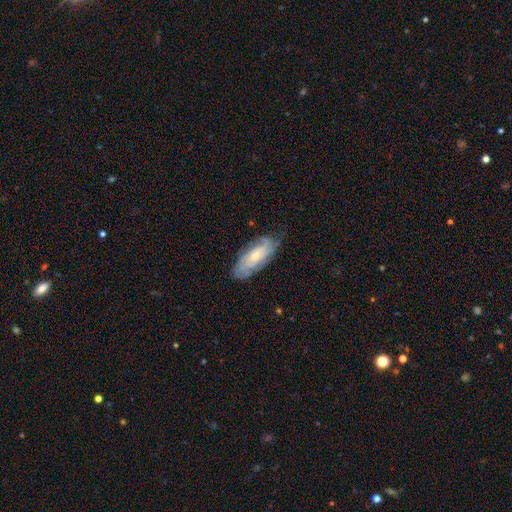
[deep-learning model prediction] The model was most divided on "bulge size": small: 57%, moderate: 37%, none: 3%, large: 2%, dominant: 1%. More confident: edge-on disk — no (87%); spiral arms — yes (87%); bar — no (72%); merging — none (72%); smooth or featured — featured or disk (63%).